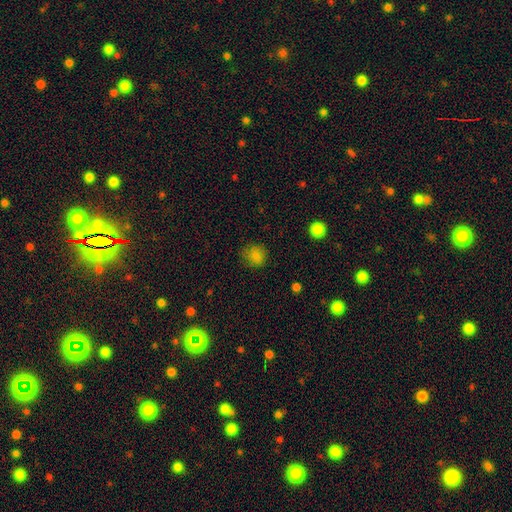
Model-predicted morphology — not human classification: smooth 81%, star or artifact 14%, featured or disk 5%. Down the decision tree: how rounded — round (78%); merging — none (77%).